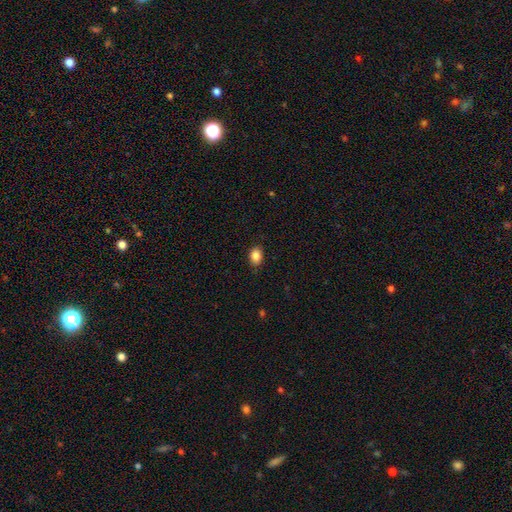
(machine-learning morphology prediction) This appears to be a smooth galaxy with no disk features (87%) that is in between round and cigar-shaped (74%). Merging: none (85%).